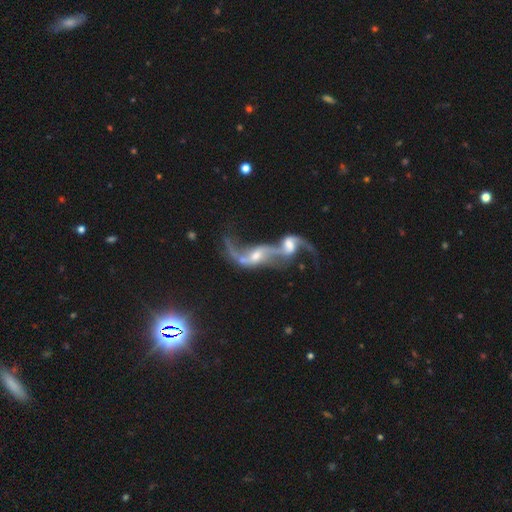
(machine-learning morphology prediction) A featured or disk galaxy (80%) with no bar (47%), 2 (73%) loose (86%) spiral arms (83%) and a moderate central bulge (49%). Merging: merger (81%).